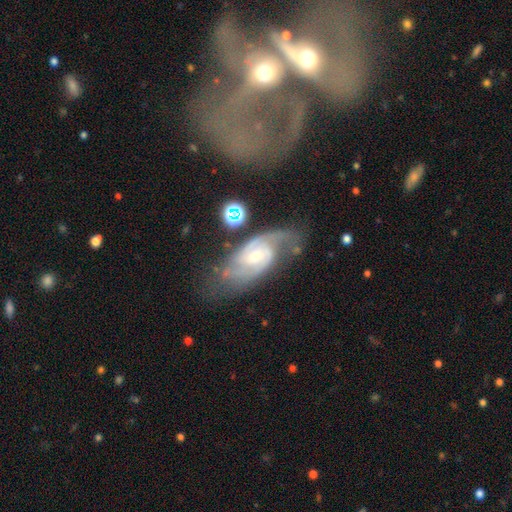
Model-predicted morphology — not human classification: Q: Smooth or featured?
A: featured or disk (88%); runner-up: smooth (6%)
Q: Edge-on disk?
A: no (96%); runner-up: yes (4%)
Q: Bar?
A: weak (54%); runner-up: no (34%)
Q: Spiral arms?
A: yes (97%); runner-up: no (3%)
Q: Spiral winding?
A: medium (51%); runner-up: tight (36%)
Q: Spiral arm count?
A: 2 (76%); runner-up: 3 (9%)
Q: Bulge size?
A: moderate (46%); runner-up: small (44%)
Q: Merging?
A: none (64%); runner-up: minor disturbance (21%)